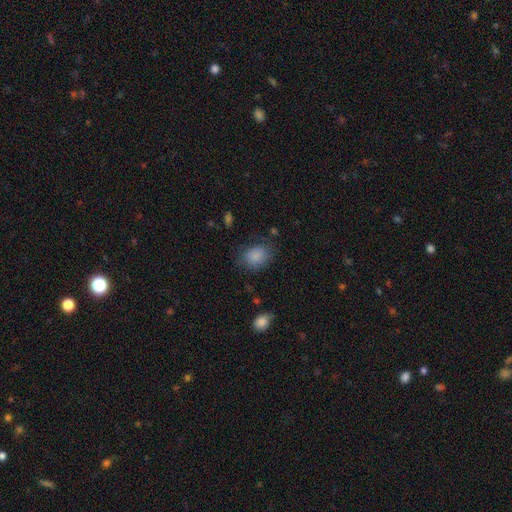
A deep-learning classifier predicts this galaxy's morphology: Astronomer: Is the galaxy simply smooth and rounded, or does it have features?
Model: smooth — 85%.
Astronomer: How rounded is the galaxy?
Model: in between — 59% (runner-up: round, 40%).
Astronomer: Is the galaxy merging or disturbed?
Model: none — 71%.